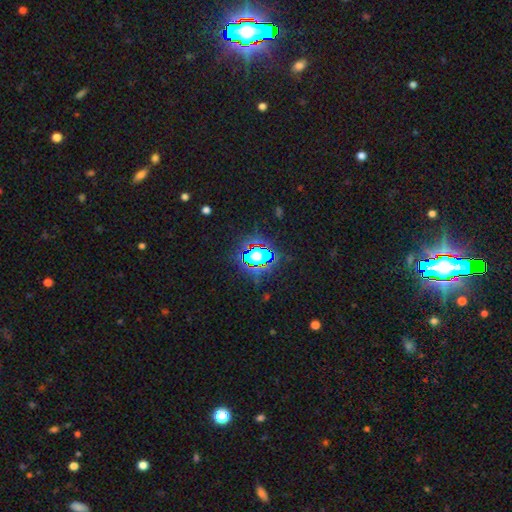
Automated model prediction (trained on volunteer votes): A star or artifact, not a galaxy (61%).

Vote fractions:
- Smooth or featured? star or artifact: 61% / smooth: 26% / featured or disk: 12%